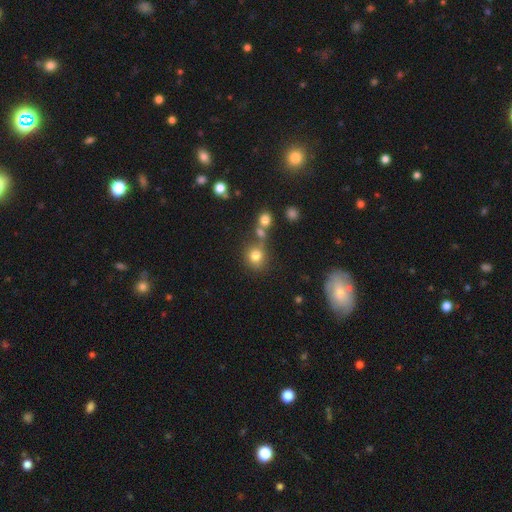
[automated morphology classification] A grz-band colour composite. It shows a smooth galaxy with no disk features (78%) that is round (84%). Merging: none (62%).